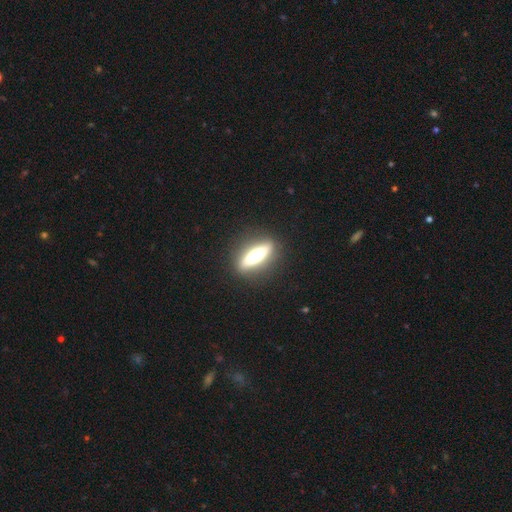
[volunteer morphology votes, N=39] This appears to be a smooth galaxy with no disk features (54%) that is cigar-shaped (90%). Merging: none (84%).